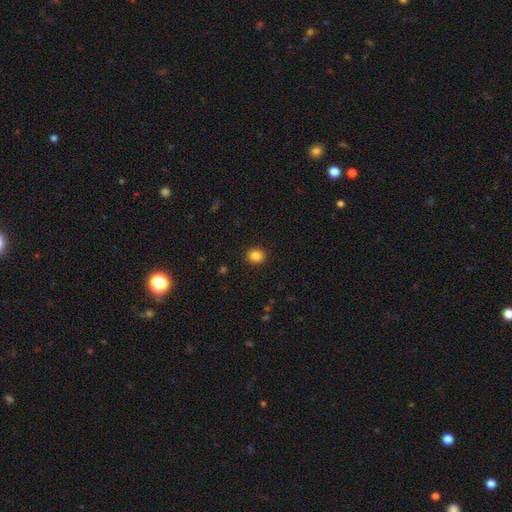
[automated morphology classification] smooth_or_featured: smooth (p=0.85) [alt: star or artifact p=0.10]
how_rounded: round (p=0.72) [alt: in between p=0.27]
merging: none (p=0.91) [alt: minor disturbance p=0.06]